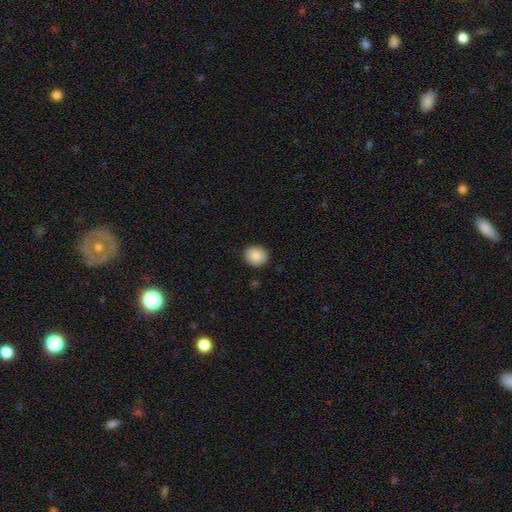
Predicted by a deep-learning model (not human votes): Q: Smooth or featured?
A: smooth (87%); runner-up: star or artifact (8%)
Q: How rounded?
A: round (76%); runner-up: in between (23%)
Q: Merging?
A: none (89%); runner-up: minor disturbance (8%)